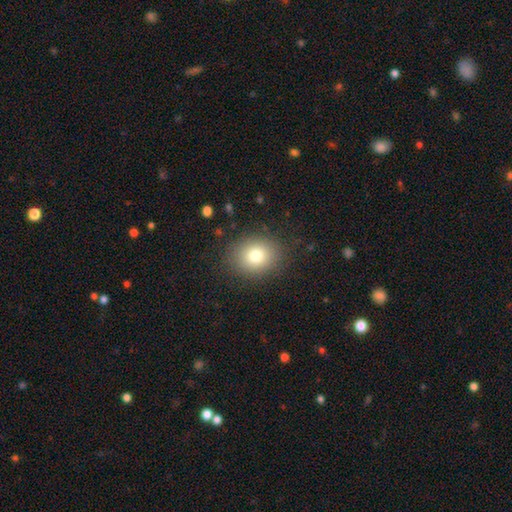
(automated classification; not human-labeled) A smooth galaxy with no disk features (77%) that is round (63%).

Vote fractions:
- Smooth or featured? smooth: 77% / star or artifact: 12% / featured or disk: 10%
- How rounded? round: 63% / in between: 36% / cigar-shaped: 1%
- Merging? none: 86% / minor disturbance: 9% / major disturbance: 4% / merger: 1%